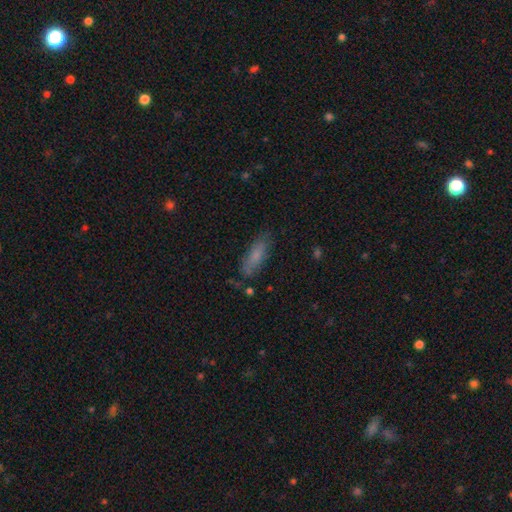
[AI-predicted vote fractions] Smooth or featured? Predicted: smooth (p=0.73). How rounded? Predicted: in between (p=0.51). Merging? Predicted: none (p=0.74).